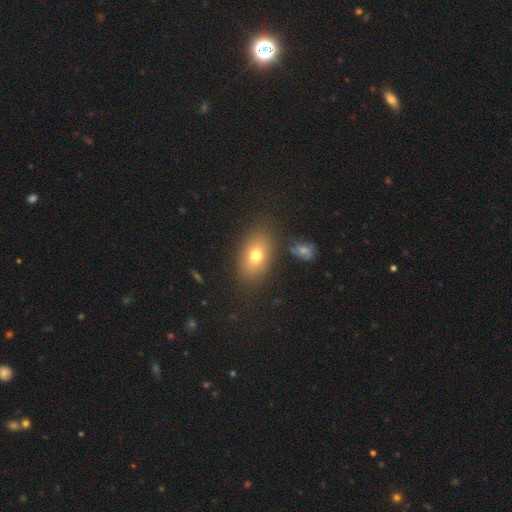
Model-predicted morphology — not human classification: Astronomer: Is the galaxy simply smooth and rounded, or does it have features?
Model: smooth — 73%.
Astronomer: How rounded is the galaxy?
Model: in between — 83%.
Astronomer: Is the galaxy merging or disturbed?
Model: none — 80%.